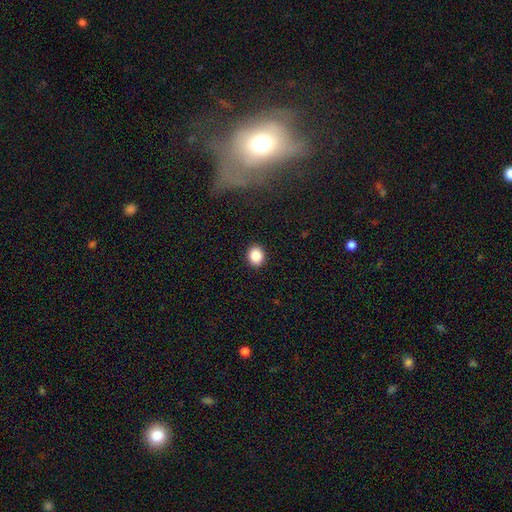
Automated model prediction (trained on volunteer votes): Overall: smooth (86%). How rounded: round (68%; in between 31%). Merging: none (91%).